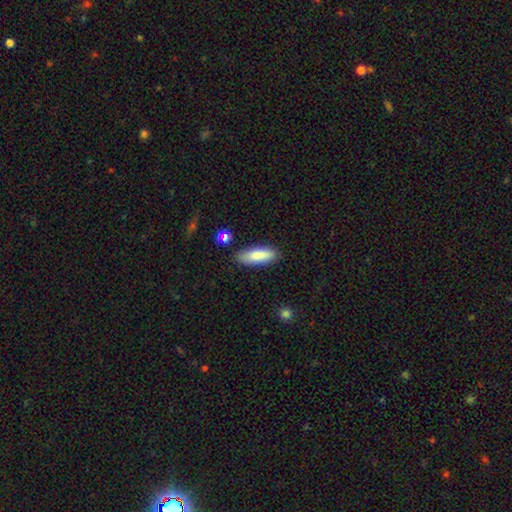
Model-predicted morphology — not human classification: A smooth galaxy with no disk features (84%) that is in between round and cigar-shaped (54%).

Vote fractions:
- Smooth or featured? smooth: 84% / featured or disk: 10% / star or artifact: 6%
- How rounded? in between: 54% / cigar-shaped: 44% / round: 2%
- Merging? none: 85% / minor disturbance: 11% / merger: 2% / major disturbance: 2%